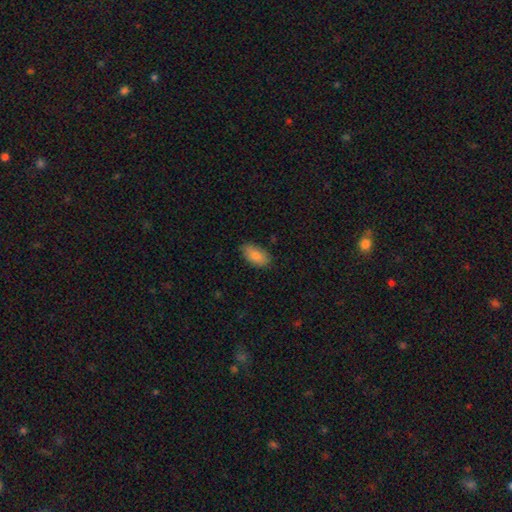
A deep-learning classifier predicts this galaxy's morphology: type=smooth (86%); roundness=in between (93%); merging=none (81%).